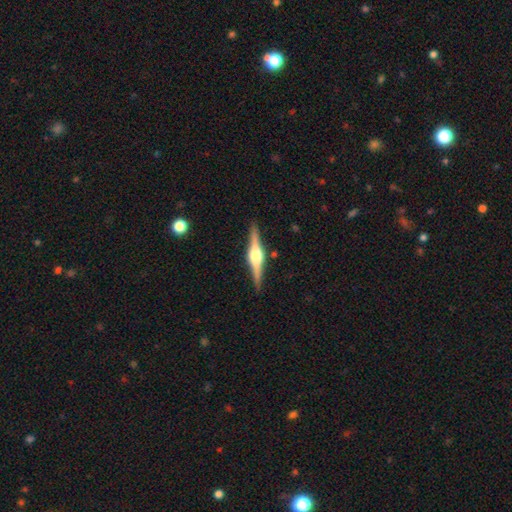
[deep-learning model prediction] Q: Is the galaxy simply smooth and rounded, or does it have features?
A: featured or disk — 82%.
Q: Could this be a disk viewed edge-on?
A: yes — 98%.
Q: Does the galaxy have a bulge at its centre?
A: rounded — 90%.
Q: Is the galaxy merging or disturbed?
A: none — 90%.